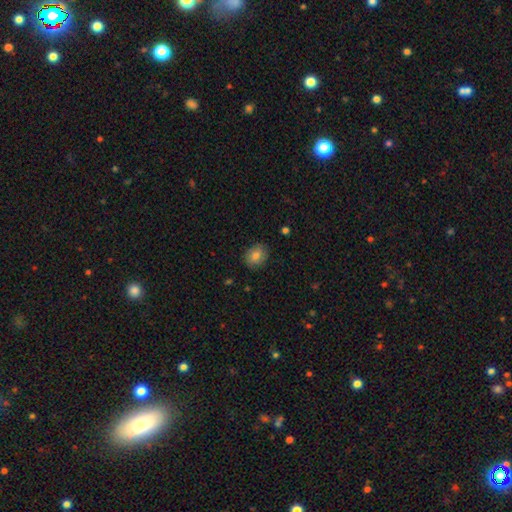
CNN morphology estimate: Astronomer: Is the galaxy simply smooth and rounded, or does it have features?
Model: smooth — 80%.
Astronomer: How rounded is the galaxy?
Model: round — 53% (runner-up: in between, 46%).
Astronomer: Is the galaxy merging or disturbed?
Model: none — 86%.